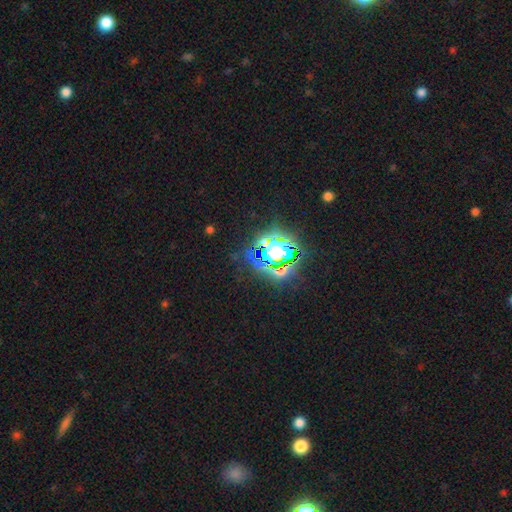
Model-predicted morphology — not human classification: Smooth or featured?
  - star or artifact: 82% *
  - smooth: 11%
  - featured or disk: 6%